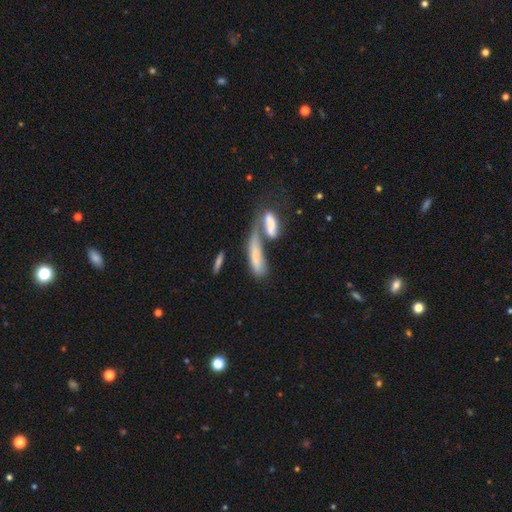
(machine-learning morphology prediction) smooth-or-featured: smooth: 65% | featured or disk: 25% | star or artifact: 9%
  how-rounded: cigar-shaped: 65% | in between: 32% | round: 3%
  merging: merger: 56% | none: 24% | major disturbance: 11% | minor disturbance: 10%